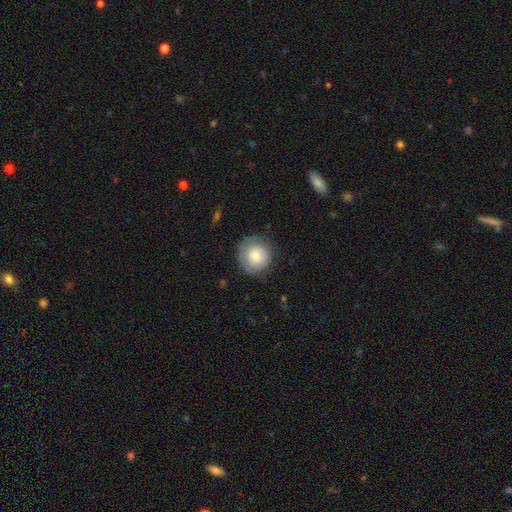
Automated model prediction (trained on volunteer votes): smooth-or-featured: smooth: 74% | featured or disk: 18% | star or artifact: 7%
  how-rounded: round: 91% | in between: 8% | cigar-shaped: 1%
  merging: none: 74% | minor disturbance: 18% | major disturbance: 7% | merger: 1%